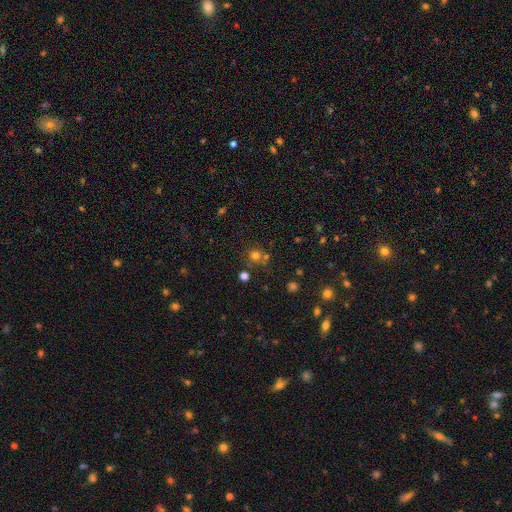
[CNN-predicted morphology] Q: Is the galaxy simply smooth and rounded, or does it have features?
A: smooth — 69%.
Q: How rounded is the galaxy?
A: round — 89%.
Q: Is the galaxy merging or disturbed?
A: none — 65%.